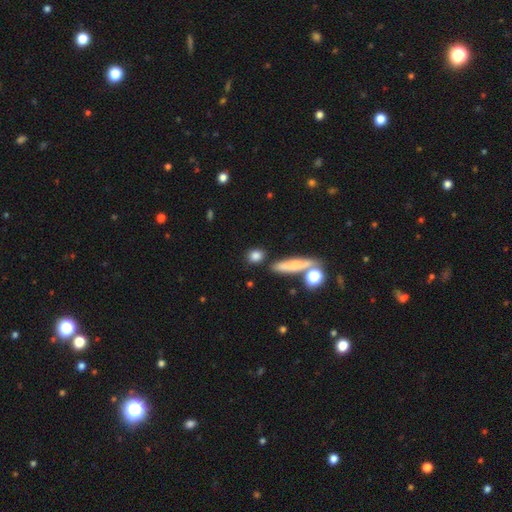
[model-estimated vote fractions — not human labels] Smooth or featured: smooth — 82% (star or artifact — 10%)
How rounded: round — 61% (in between — 25%)
Merging: none — 78% (minor disturbance — 10%)